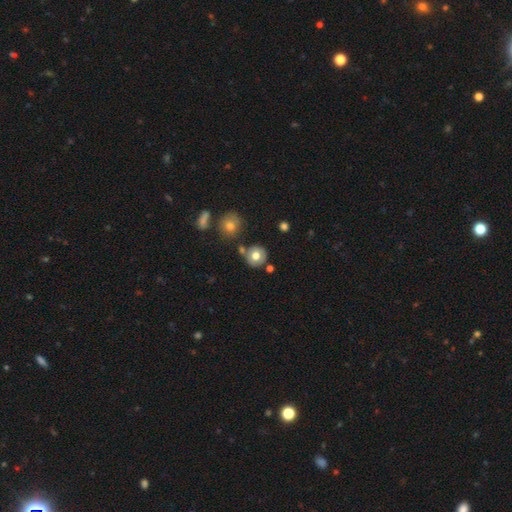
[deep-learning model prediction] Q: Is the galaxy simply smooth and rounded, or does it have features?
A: smooth — 69%.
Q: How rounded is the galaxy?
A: round — 90%.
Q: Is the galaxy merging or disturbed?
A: none — 74%.